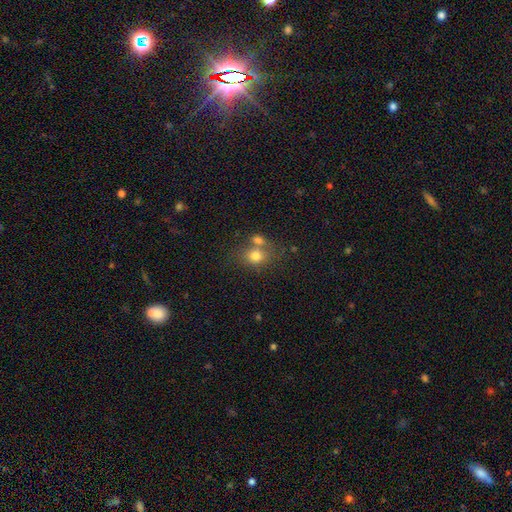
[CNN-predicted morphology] Smooth or featured?
  - smooth: 76% *
  - featured or disk: 13%
  - star or artifact: 11%
How rounded?
  - round: 54% *
  - in between: 44%
  - cigar-shaped: 1%
Merging?
  - none: 44% *
  - merger: 40%
  - minor disturbance: 12%
  - major disturbance: 5%